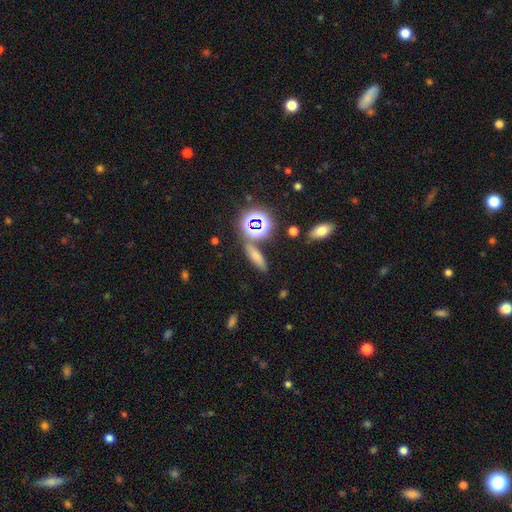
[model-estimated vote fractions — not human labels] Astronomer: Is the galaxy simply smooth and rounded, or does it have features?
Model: smooth — 65%.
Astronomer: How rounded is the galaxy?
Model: cigar-shaped — 57% (runner-up: in between, 35%).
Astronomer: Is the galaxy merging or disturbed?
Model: none — 75%.